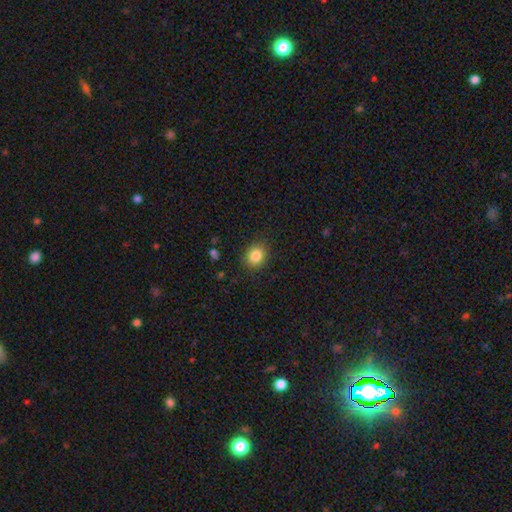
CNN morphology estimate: A smooth galaxy with no disk features (84%) that is round (65%).

Vote fractions:
- Smooth or featured? smooth: 84% / star or artifact: 10% / featured or disk: 6%
- How rounded? round: 65% / in between: 34% / cigar-shaped: 1%
- Merging? none: 85% / minor disturbance: 11% / major disturbance: 3% / merger: 1%